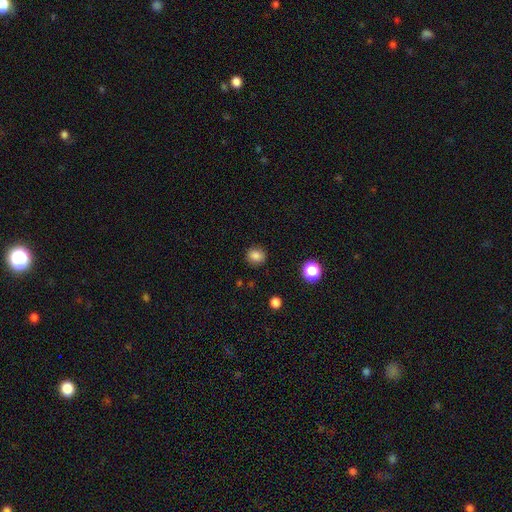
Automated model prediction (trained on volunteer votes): Smooth or featured: smooth — 83% (star or artifact — 12%)
How rounded: round — 79% (in between — 20%)
Merging: none — 89% (minor disturbance — 8%)